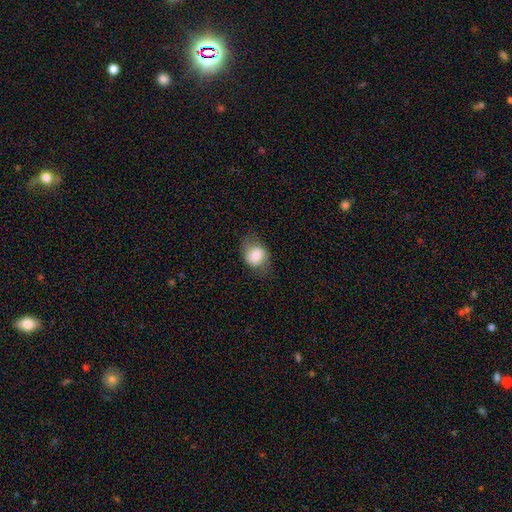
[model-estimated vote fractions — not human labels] smooth_or_featured: smooth (p=0.74) [alt: featured or disk p=0.17]
how_rounded: in between (p=0.53) [alt: round p=0.46]
merging: none (p=0.68) [alt: minor disturbance p=0.21]